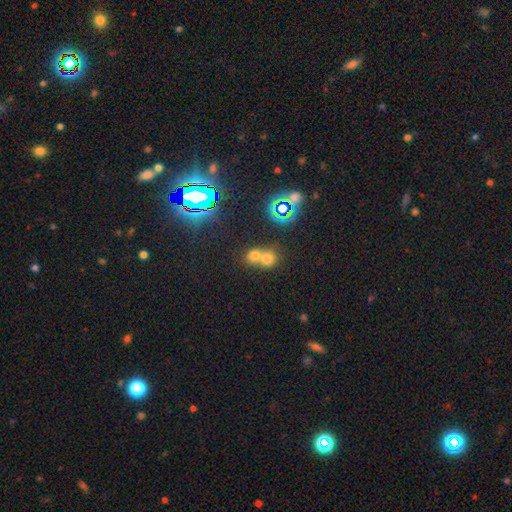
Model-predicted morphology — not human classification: Smooth or featured: smooth — 58% (star or artifact — 29%)
How rounded: round — 74% (in between — 24%)
Merging: merger — 62% (none — 31%)